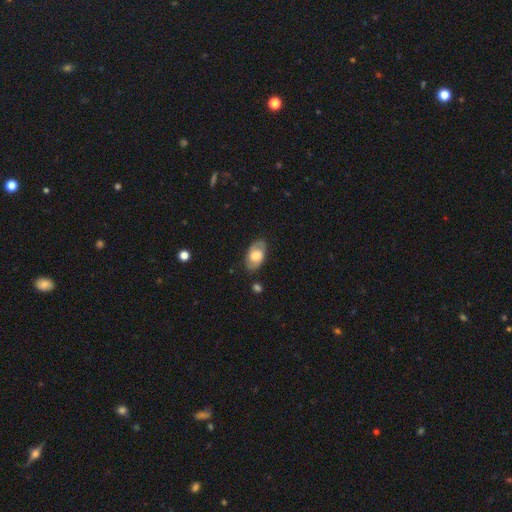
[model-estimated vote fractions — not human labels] Overall: smooth (59%; featured or disk 35%). How rounded: in between (92%). Merging: none (78%).